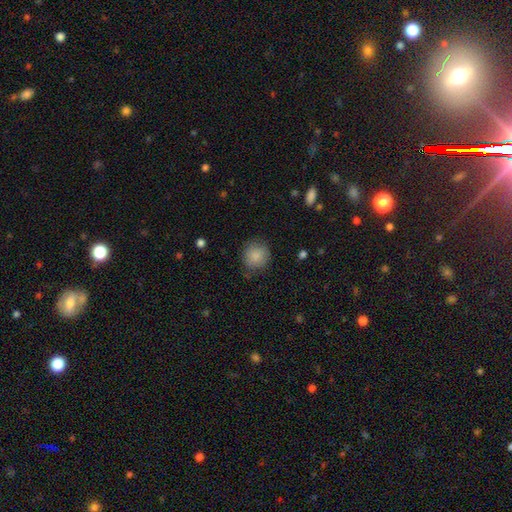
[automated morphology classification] Q: Smooth or featured?
A: smooth (85%); runner-up: star or artifact (8%)
Q: How rounded?
A: round (88%); runner-up: in between (11%)
Q: Merging?
A: none (77%); runner-up: minor disturbance (17%)